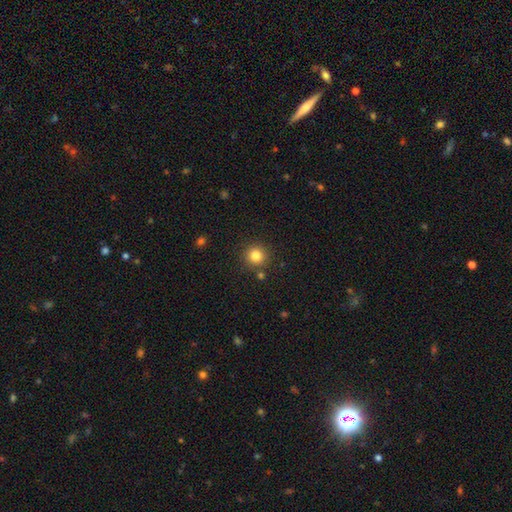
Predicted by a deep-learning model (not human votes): This is clearly a smooth galaxy (83%). How rounded: clearly round (94%). Merging: clearly none (87%).